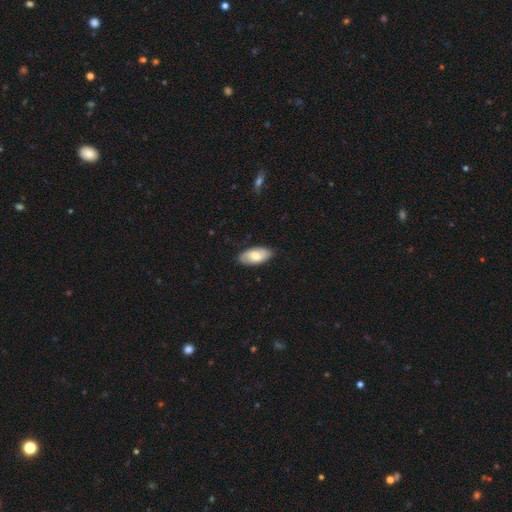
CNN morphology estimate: This appears to be a smooth galaxy with no disk features (61%) that is in between round and cigar-shaped (94%). Merging: none (84%).